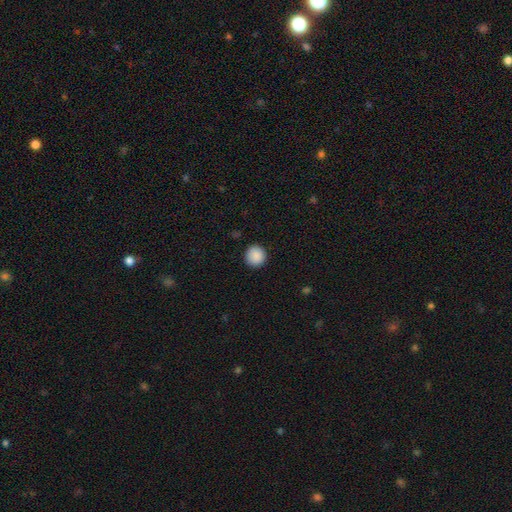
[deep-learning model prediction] smooth_or_featured: smooth (p=0.89) [alt: star or artifact p=0.08]
how_rounded: round (p=0.92) [alt: in between p=0.07]
merging: none (p=0.91) [alt: minor disturbance p=0.06]